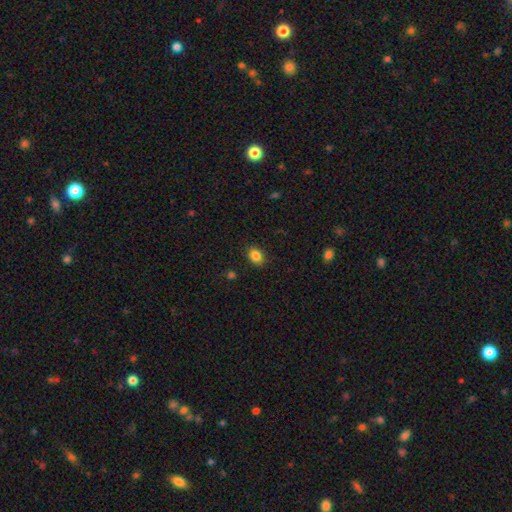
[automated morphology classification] A smooth galaxy with no disk features (85%) that is in between round and cigar-shaped (70%).

Vote fractions:
- Smooth or featured? smooth: 85% / star or artifact: 10% / featured or disk: 5%
- How rounded? in between: 70% / round: 29% / cigar-shaped: 1%
- Merging? none: 86% / minor disturbance: 10% / major disturbance: 3% / merger: 1%